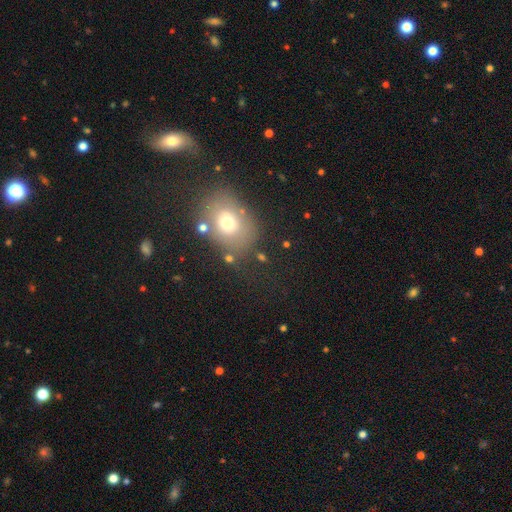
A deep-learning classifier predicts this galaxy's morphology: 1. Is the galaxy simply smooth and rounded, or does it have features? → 62% smooth, 21% star or artifact, 18% featured or disk.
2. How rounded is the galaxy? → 51% in between, 48% round, 1% cigar-shaped.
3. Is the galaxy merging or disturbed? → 67% none, 15% minor disturbance, 10% merger, 8% major disturbance.